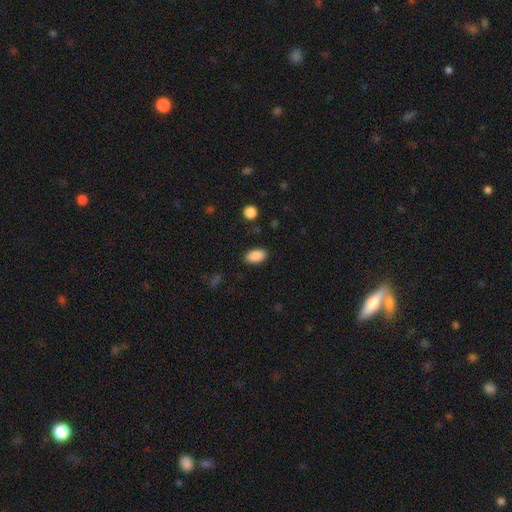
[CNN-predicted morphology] A smooth galaxy with no disk features (89%) that is in between round and cigar-shaped (93%). Merging: none (87%).